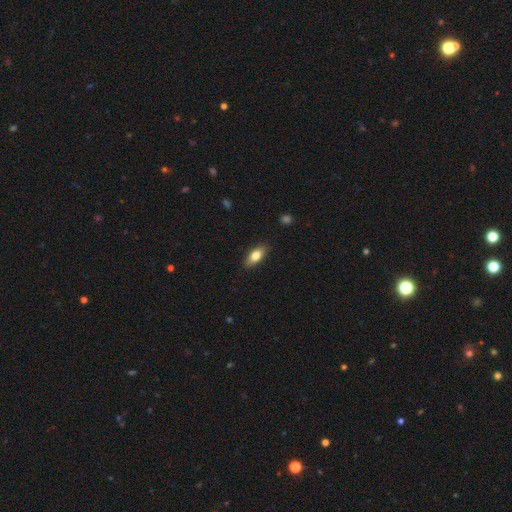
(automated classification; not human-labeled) smooth 78%, featured or disk 16%, star or artifact 7%. Down the decision tree: how rounded — in between (82%); merging — none (87%).